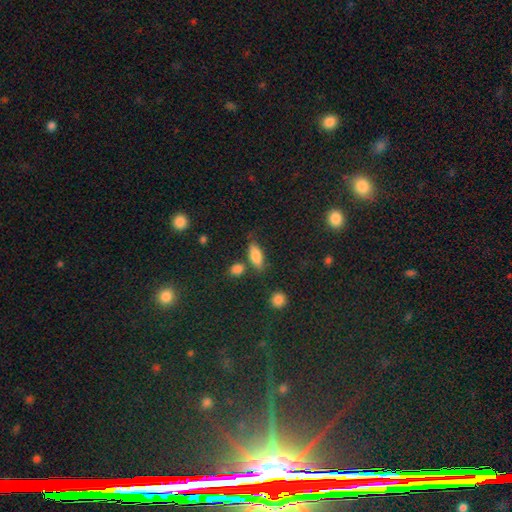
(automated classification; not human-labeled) This is likely a smooth galaxy (80%). How rounded: likely in between (76%). Merging: likely none (69%).